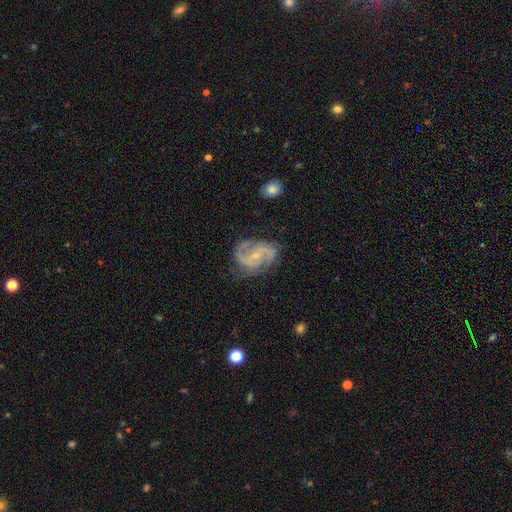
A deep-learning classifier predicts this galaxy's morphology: type=featured or disk (88%); edge-on=no (98%); bar=no (46%); spiral arms=yes (97%); winding=medium (54%); arm count=2 (73%); bulge=small (73%); merging=none (68%).